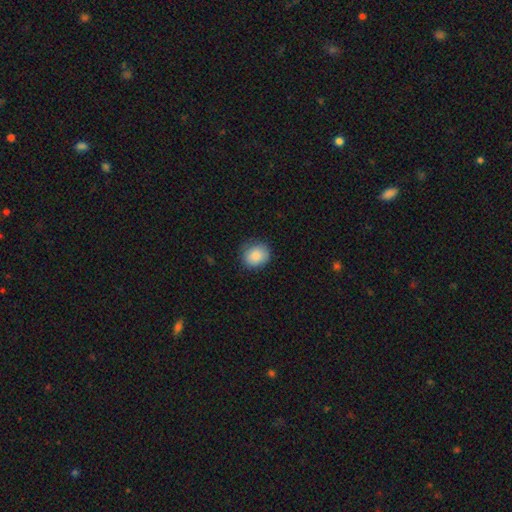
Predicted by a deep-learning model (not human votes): The model was most divided on "how rounded": round: 76%, in between: 23%, cigar-shaped: 1%. More confident: smooth or featured — smooth (87%); merging — none (79%).